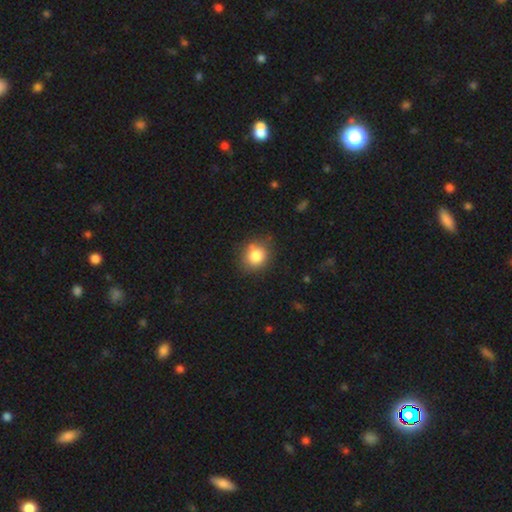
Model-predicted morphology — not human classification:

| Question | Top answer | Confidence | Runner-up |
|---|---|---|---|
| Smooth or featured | smooth | 83% | star or artifact (10%) |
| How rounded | round | 80% | in between (19%) |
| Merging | none | 77% | minor disturbance (15%) |